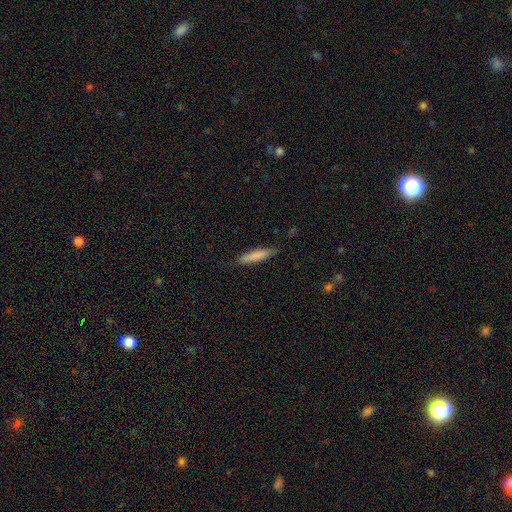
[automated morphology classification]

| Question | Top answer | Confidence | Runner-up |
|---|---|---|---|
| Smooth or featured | smooth | 79% | featured or disk (15%) |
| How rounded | cigar-shaped | 86% | in between (12%) |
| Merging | none | 83% | minor disturbance (14%) |